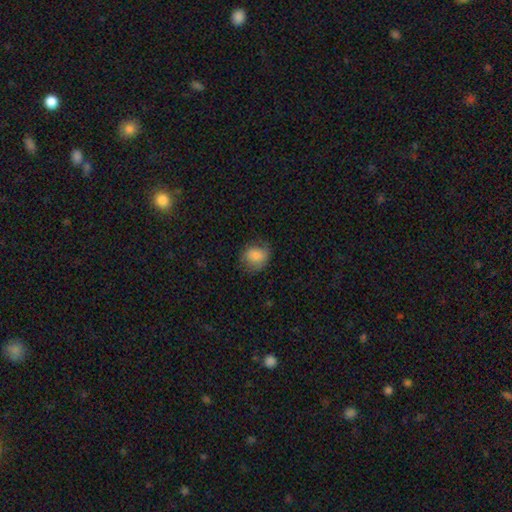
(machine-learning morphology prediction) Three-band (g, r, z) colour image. It shows a smooth galaxy with no disk features (81%) that is round (69%). Merging: none (66%).